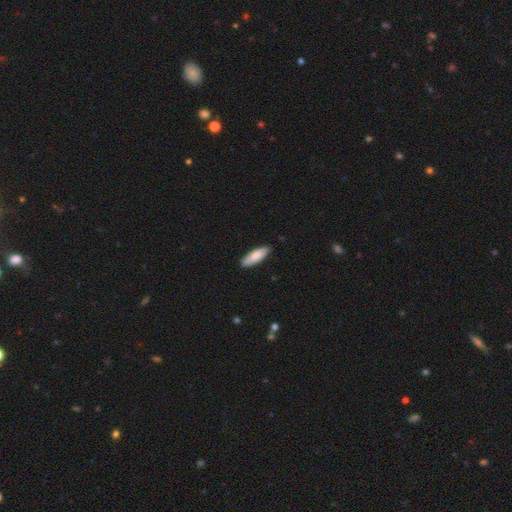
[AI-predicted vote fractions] A smooth galaxy with no disk features (83%) that is in between round and cigar-shaped (54%).

Vote fractions:
- Smooth or featured? smooth: 83% / featured or disk: 12% / star or artifact: 5%
- How rounded? in between: 54% / cigar-shaped: 45% / round: 2%
- Merging? none: 86% / minor disturbance: 11% / major disturbance: 2% / merger: 1%